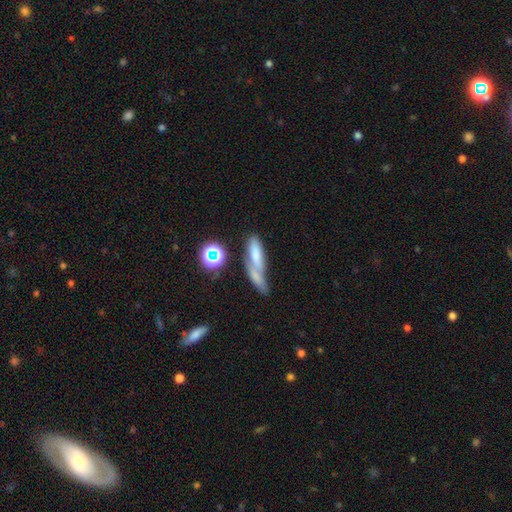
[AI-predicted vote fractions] This appears to be a smooth galaxy with no disk features (63%) that is cigar-shaped (49%). Merging: merger (41%).